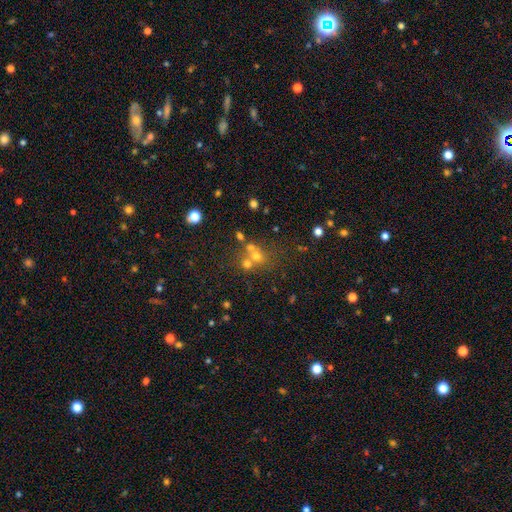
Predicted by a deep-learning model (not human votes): smooth_or_featured: smooth (p=0.55) [alt: star or artifact p=0.26]
how_rounded: round (p=0.80) [alt: in between p=0.19]
merging: merger (p=0.45) [alt: none p=0.43]